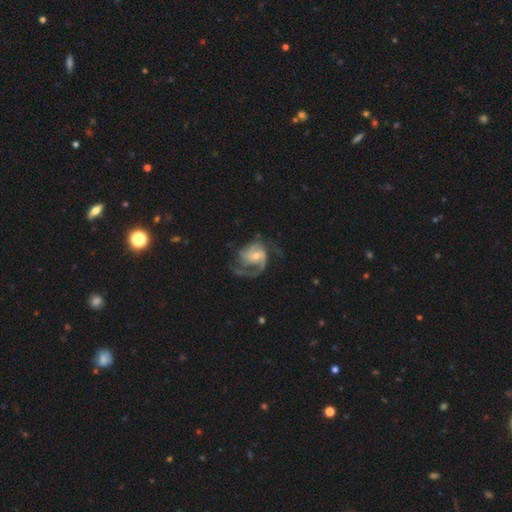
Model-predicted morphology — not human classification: Smooth or featured?
  - featured or disk: 87% *
  - smooth: 8%
  - star or artifact: 5%
Edge-on disk?
  - no: 98% *
  - yes: 2%
Bar?
  - no: 50% *
  - weak: 40%
  - strong: 10%
Spiral arms?
  - yes: 96% *
  - no: 4%
Spiral winding?
  - medium: 46% *
  - tight: 29%
  - loose: 24%
Spiral arm count?
  - 2: 44% *
  - 1: 18%
  - 3: 17%
  - can't tell: 13%
  - 4: 4%
  - more than 4: 4%
Bulge size?
  - moderate: 48% *
  - small: 46%
  - large: 3%
  - none: 2%
  - dominant: 1%
Merging?
  - none: 47% *
  - major disturbance: 31%
  - minor disturbance: 19%
  - merger: 2%